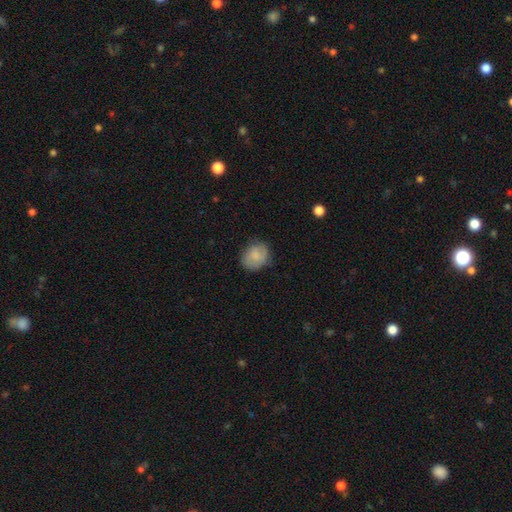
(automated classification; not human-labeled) This appears to be a smooth galaxy with no disk features (77%) that is round (63%). Merging: none (73%).